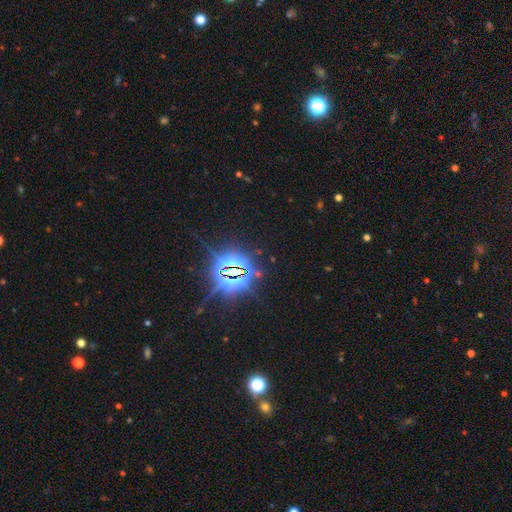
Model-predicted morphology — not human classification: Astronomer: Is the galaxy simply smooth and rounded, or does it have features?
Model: star or artifact — 85%.